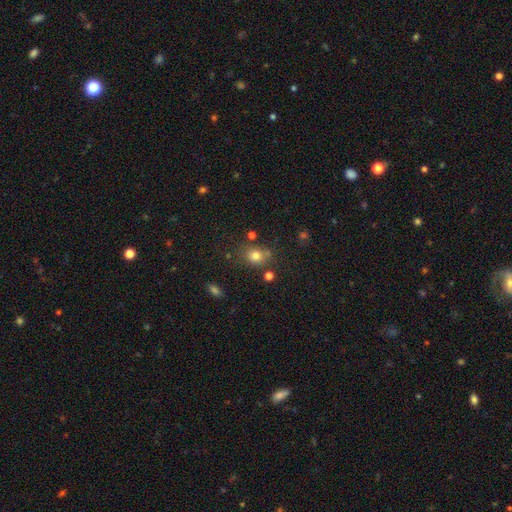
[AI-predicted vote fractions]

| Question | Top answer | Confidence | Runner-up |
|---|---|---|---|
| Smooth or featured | smooth | 77% | star or artifact (15%) |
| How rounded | round | 62% | in between (37%) |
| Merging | none | 68% | minor disturbance (16%) |